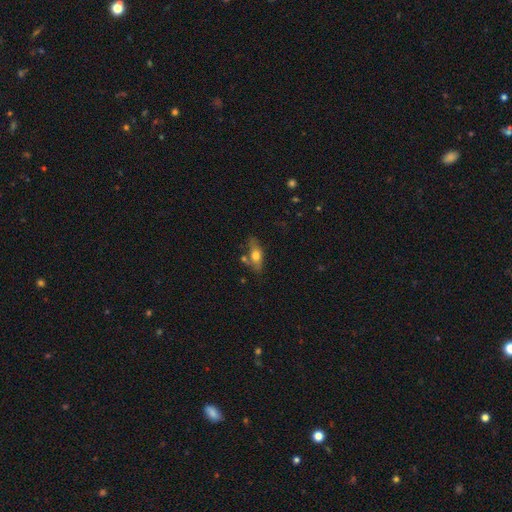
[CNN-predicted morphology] Smooth or featured: smooth — 60% (featured or disk — 32%)
How rounded: in between — 67% (cigar-shaped — 27%)
Merging: none — 63% (minor disturbance — 19%)